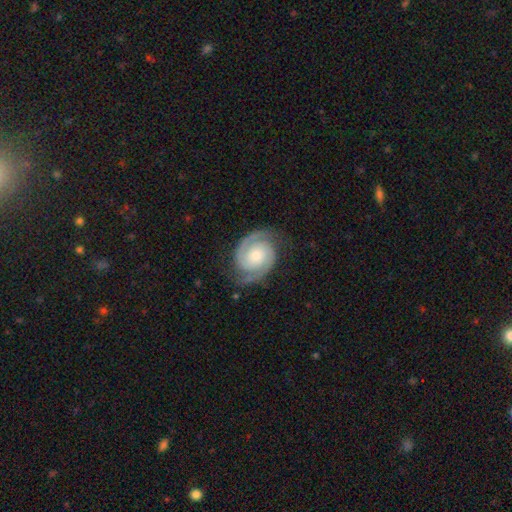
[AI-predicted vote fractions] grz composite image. It shows a featured or disk galaxy (91%) with no bar (70%), 2 (93%) tight (56%) spiral arms (98%) and a moderate central bulge (49%). Merging: none (79%).